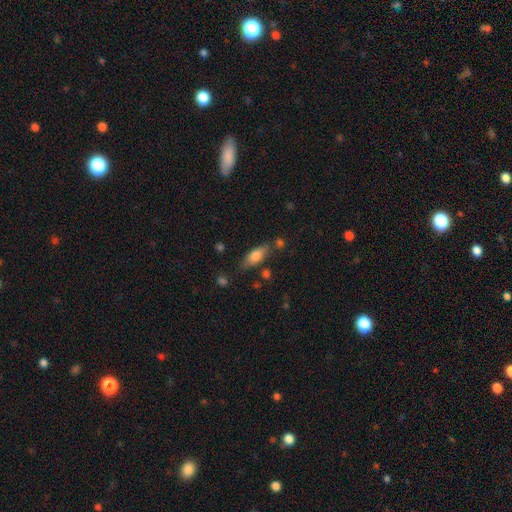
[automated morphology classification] smooth-or-featured: smooth: 74% | featured or disk: 19% | star or artifact: 7%
  how-rounded: in between: 73% | cigar-shaped: 24% | round: 3%
  merging: none: 71% | minor disturbance: 17% | merger: 6% | major disturbance: 5%